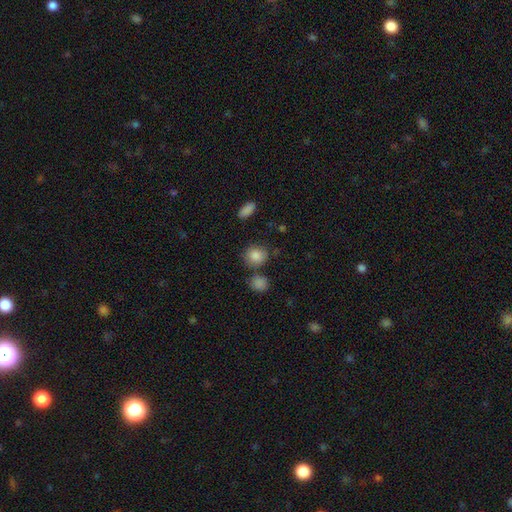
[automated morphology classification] Smooth or featured: smooth — 86% (star or artifact — 9%)
How rounded: round — 68% (in between — 31%)
Merging: none — 69% (minor disturbance — 14%)